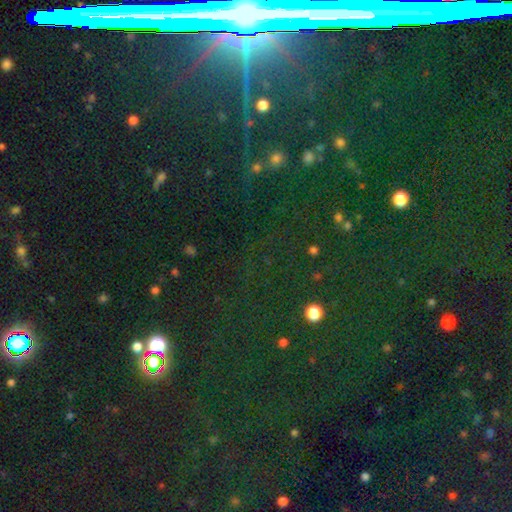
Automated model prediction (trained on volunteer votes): Morphology: type=star or artifact (80%).